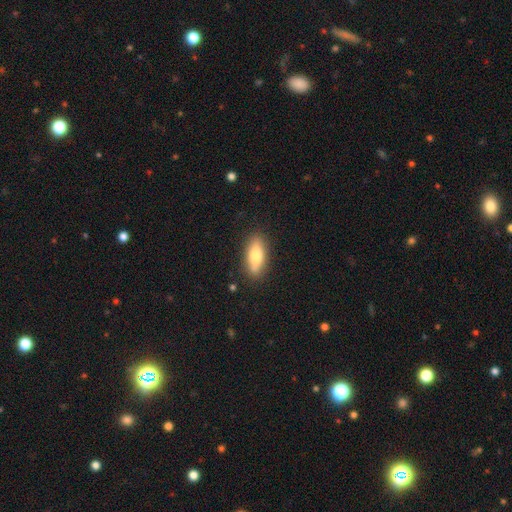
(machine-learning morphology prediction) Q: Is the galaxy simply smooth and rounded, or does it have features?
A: smooth — 71%.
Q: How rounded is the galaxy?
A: in between — 69%.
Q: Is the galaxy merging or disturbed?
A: none — 84%.